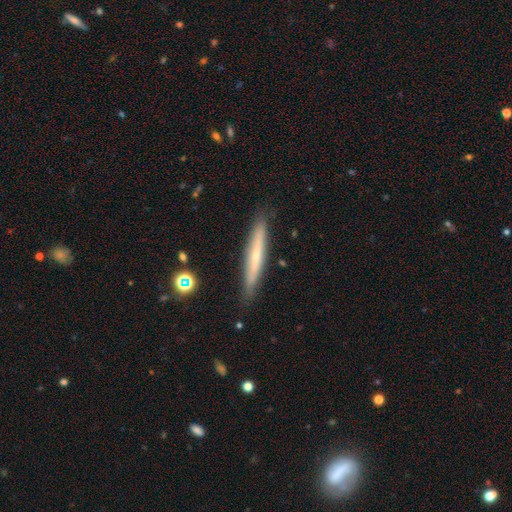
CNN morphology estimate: A smooth galaxy with no disk features (49%). Merging: none (87%).